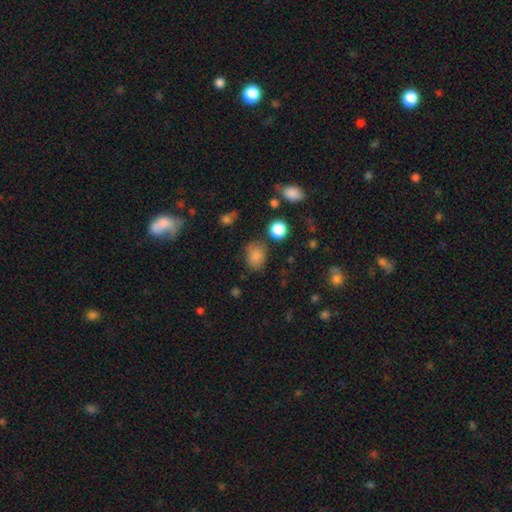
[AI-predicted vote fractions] A smooth galaxy with no disk features (82%) that is in between round and cigar-shaped (53%).

Vote fractions:
- Smooth or featured? smooth: 82% / star or artifact: 12% / featured or disk: 6%
- How rounded? in between: 53% / round: 46% / cigar-shaped: 1%
- Merging? none: 70% / minor disturbance: 19% / major disturbance: 6% / merger: 5%